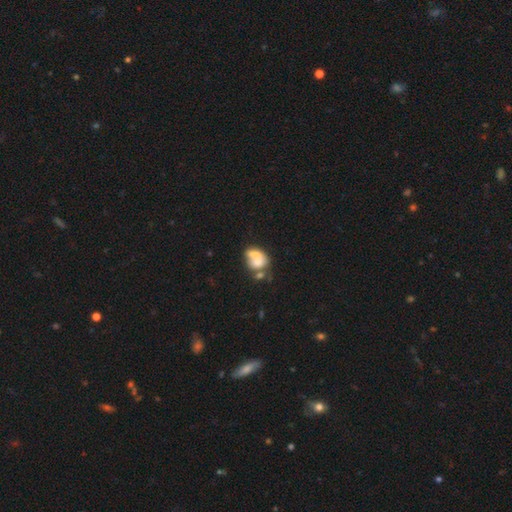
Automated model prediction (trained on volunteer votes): The model was most divided on "smooth or featured": smooth: 60%, featured or disk: 31%, star or artifact: 9%. More confident: how rounded — in between (67%); merging — merger (58%).